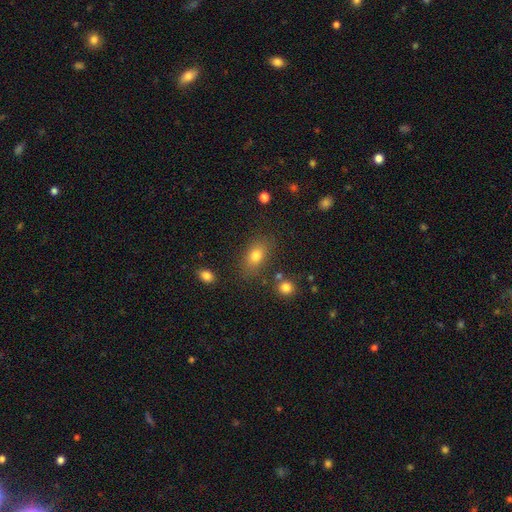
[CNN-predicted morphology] A smooth galaxy with no disk features (78%) that is in between round and cigar-shaped (81%).

Vote fractions:
- Smooth or featured? smooth: 78% / star or artifact: 11% / featured or disk: 11%
- How rounded? in between: 81% / round: 15% / cigar-shaped: 4%
- Merging? none: 77% / minor disturbance: 14% / major disturbance: 5% / merger: 4%